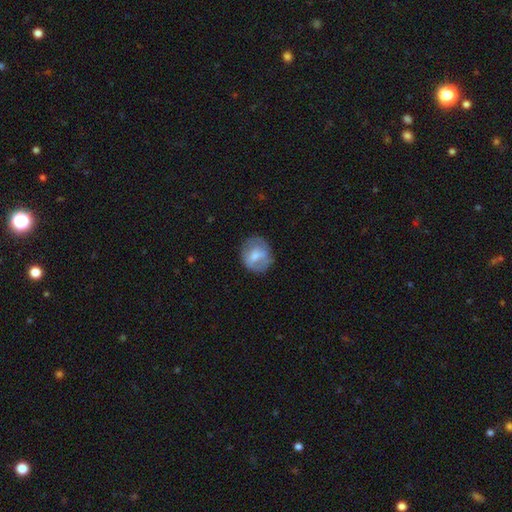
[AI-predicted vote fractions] smooth-or-featured: smooth: 58% | featured or disk: 35% | star or artifact: 7%
  how-rounded: round: 74% | in between: 25% | cigar-shaped: 1%
  merging: none: 72% | minor disturbance: 19% | major disturbance: 8% | merger: 1%